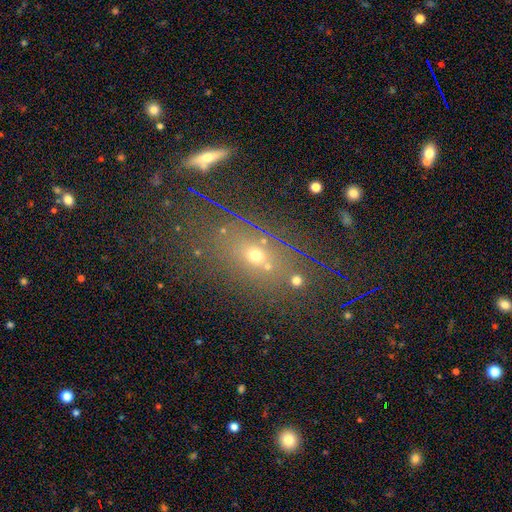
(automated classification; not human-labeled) Morphology: type=smooth (46%); merging=none (67%).